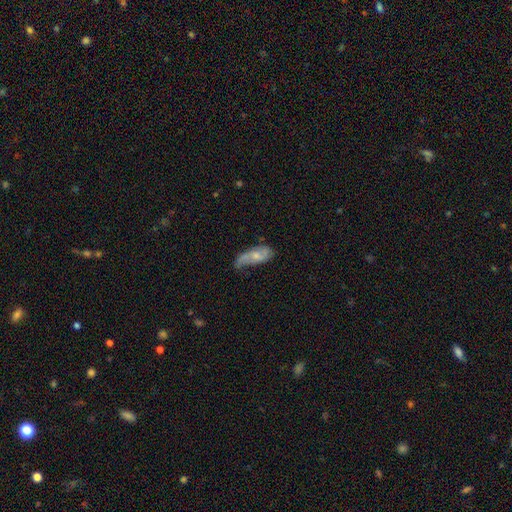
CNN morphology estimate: Smooth or featured? featured or disk (50%)
Edge-on disk? no (87%)
Merging? none (39%, tied with minor disturbance)